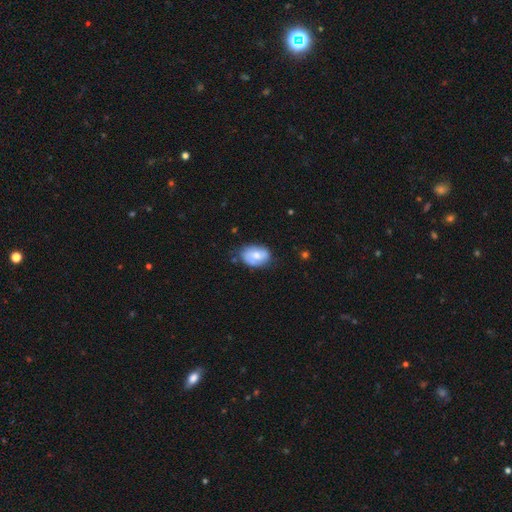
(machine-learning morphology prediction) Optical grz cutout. It shows a smooth galaxy with no disk features (60%) that is in between round and cigar-shaped (83%). Merging: none (63%).